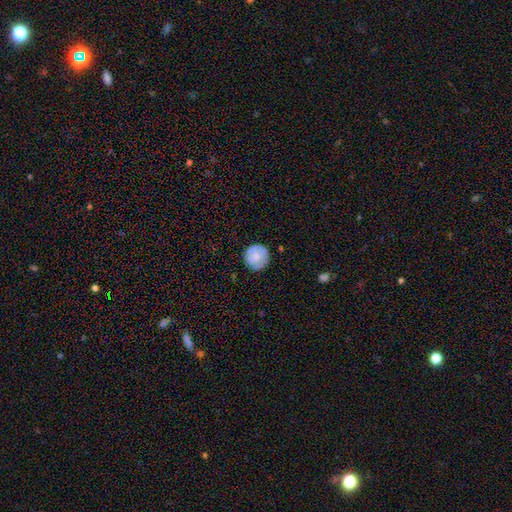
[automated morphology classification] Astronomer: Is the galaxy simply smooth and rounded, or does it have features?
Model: smooth — 56% (runner-up: featured or disk, 37%).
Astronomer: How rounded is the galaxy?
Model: round — 93%.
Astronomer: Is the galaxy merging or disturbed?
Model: none — 80%.